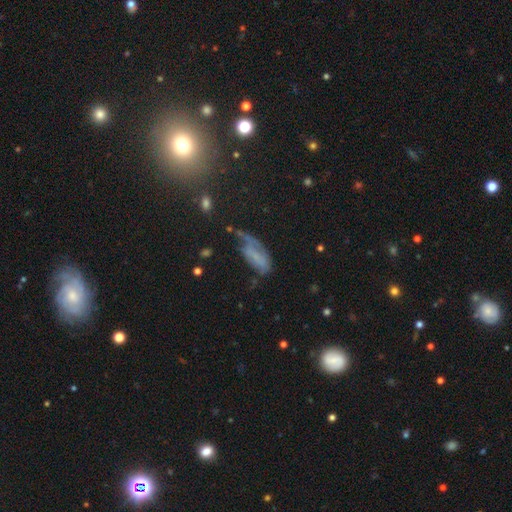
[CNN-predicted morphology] Smooth or featured?
  - smooth: 44% *
  - featured or disk: 39%
  - star or artifact: 17%
Merging?
  - major disturbance: 35% *
  - minor disturbance: 30%
  - none: 29%
  - merger: 6%